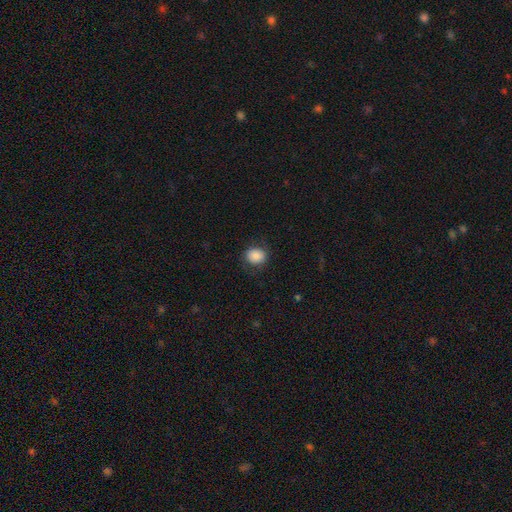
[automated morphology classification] This appears to be a smooth galaxy with no disk features (84%) that is round (64%). Merging: none (80%).